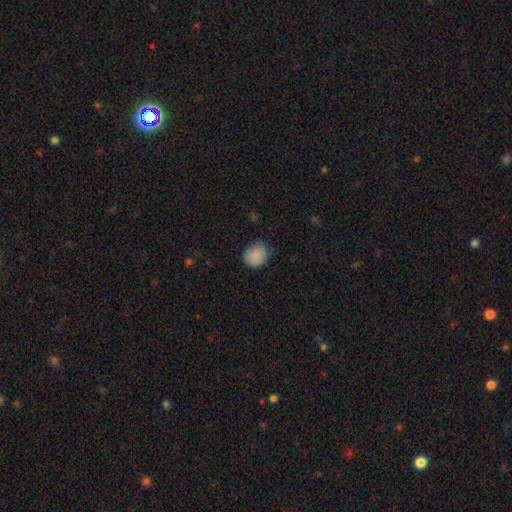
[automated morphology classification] The model was most divided on "how rounded": round: 70%, in between: 29%, cigar-shaped: 1%. More confident: smooth or featured — smooth (87%); merging — none (72%).